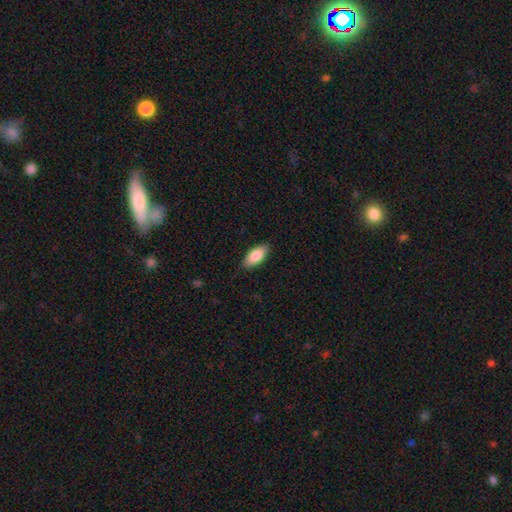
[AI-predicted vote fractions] Smooth or featured?
  - smooth: 86% *
  - featured or disk: 8%
  - star or artifact: 6%
How rounded?
  - in between: 88% *
  - cigar-shaped: 10%
  - round: 2%
Merging?
  - none: 87% *
  - minor disturbance: 10%
  - major disturbance: 2%
  - merger: 1%